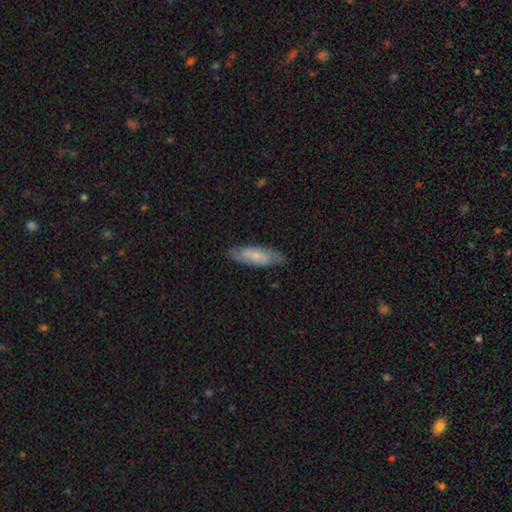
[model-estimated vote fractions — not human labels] This appears to be a smooth galaxy with no disk features (53%) that is in between round and cigar-shaped (57%). Merging: none (79%).